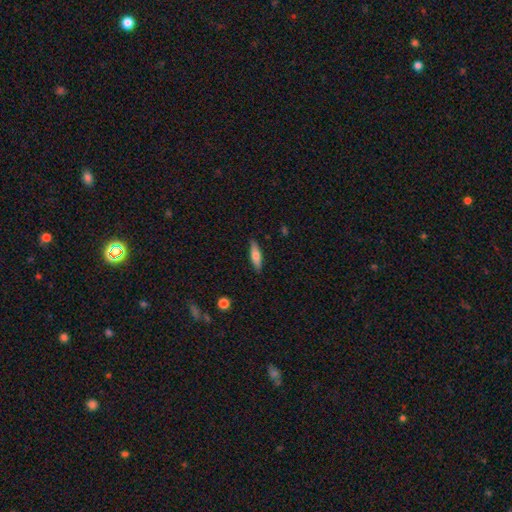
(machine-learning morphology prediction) smooth-or-featured: smooth: 64% | featured or disk: 30% | star or artifact: 6%
  how-rounded: cigar-shaped: 64% | in between: 34% | round: 2%
  merging: none: 87% | minor disturbance: 10% | major disturbance: 2% | merger: 1%